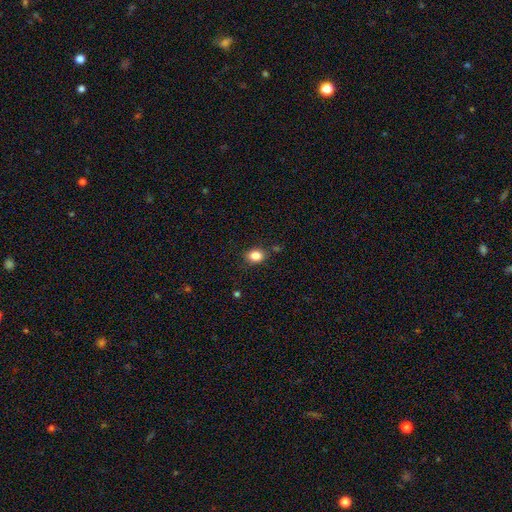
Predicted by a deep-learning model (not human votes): The model was most divided on "how rounded": in between: 62%, round: 37%, cigar-shaped: 1%. More confident: smooth or featured — smooth (85%); merging — none (82%).